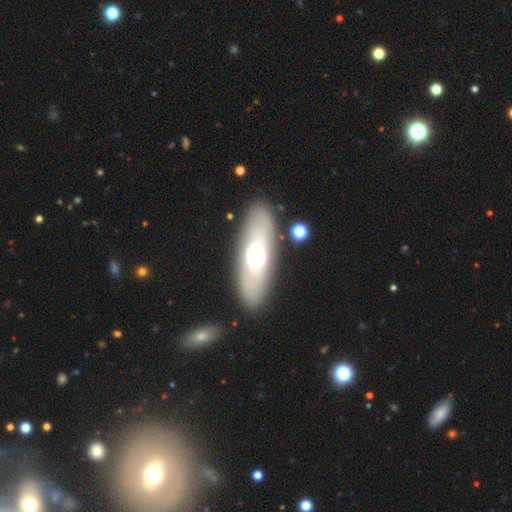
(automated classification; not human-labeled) A smooth galaxy with no disk features (51%) that is in between round and cigar-shaped (63%).

Vote fractions:
- Smooth or featured? smooth: 51% / featured or disk: 43% / star or artifact: 6%
- How rounded? in between: 63% / cigar-shaped: 34% / round: 3%
- Merging? none: 85% / minor disturbance: 9% / merger: 3% / major disturbance: 3%